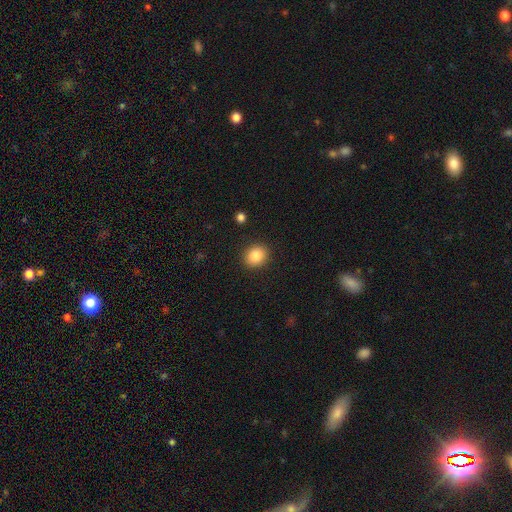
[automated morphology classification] smooth 86%, star or artifact 9%, featured or disk 5%. Down the decision tree: how rounded — round (69%); merging — none (90%).